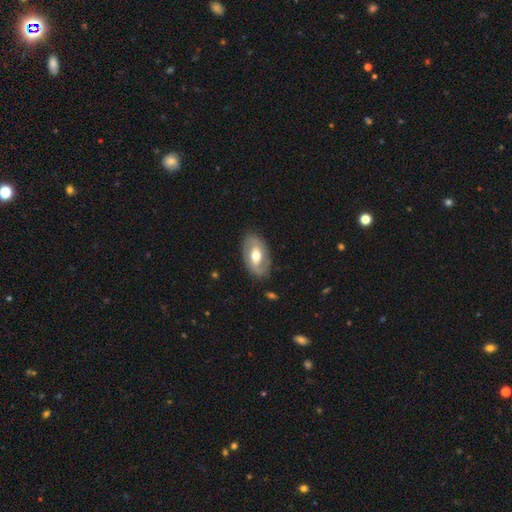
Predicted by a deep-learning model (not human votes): Smooth or featured? Predicted: featured or disk (p=0.65). Edge-on disk? Predicted: no (p=0.93). Bar? Predicted: weak (p=0.38). Spiral arms? Predicted: yes (p=0.61). Bulge size? Predicted: moderate (p=0.73). Merging? Predicted: none (p=0.83).